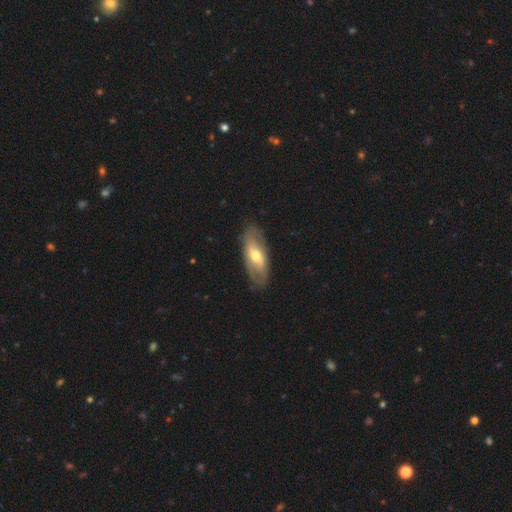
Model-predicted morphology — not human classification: type=featured or disk (58%); edge-on=no (83%); merging=none (81%).